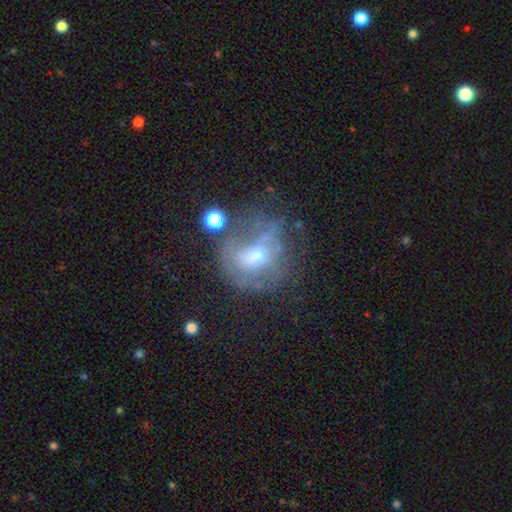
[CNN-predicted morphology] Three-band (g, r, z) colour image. It shows a featured or disk galaxy (60%) with no bar (55%), spiral arms (51%) and a small central bulge (47%). Merging: none (41%).